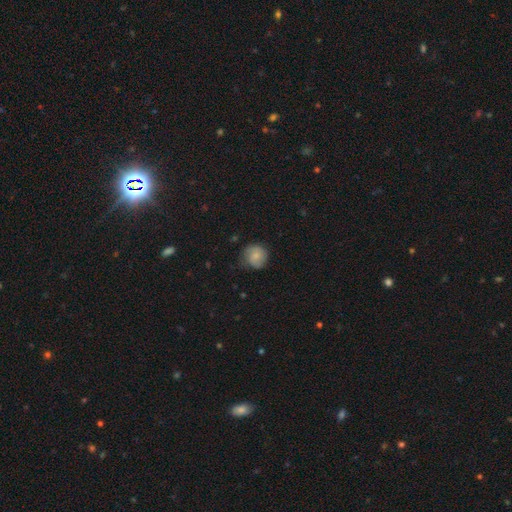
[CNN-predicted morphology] The model was most divided on "merging": none: 64%, minor disturbance: 28%, major disturbance: 7%, merger: 1%. More confident: how rounded — round (87%); smooth or featured — smooth (70%).